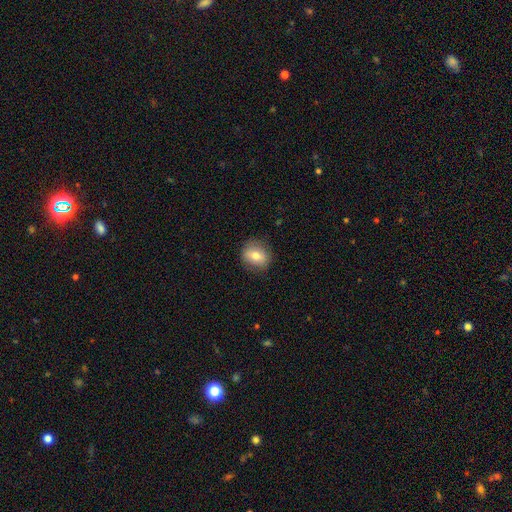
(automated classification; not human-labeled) A smooth galaxy with no disk features (74%) that is round (69%). Merging: none (84%).